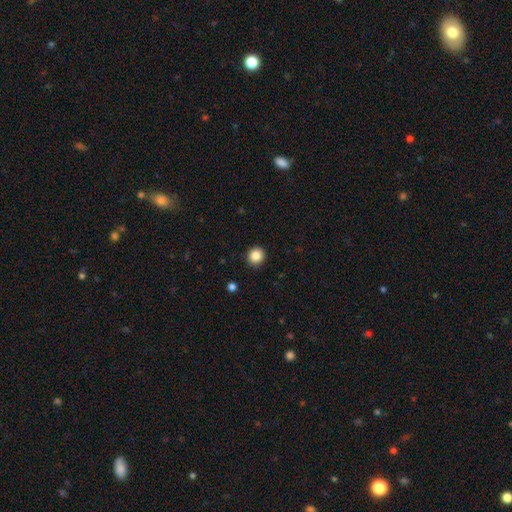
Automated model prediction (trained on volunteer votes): Smooth or featured? smooth (86%)
How rounded? round (92%)
Merging? none (91%)